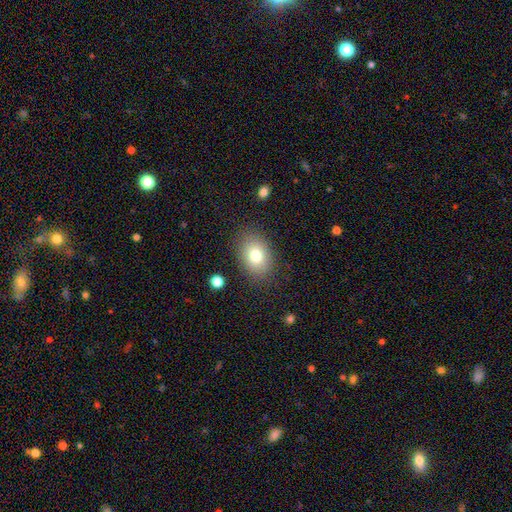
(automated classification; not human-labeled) Smooth or featured?
  - smooth: 78% *
  - featured or disk: 12%
  - star or artifact: 10%
How rounded?
  - in between: 74% *
  - round: 25%
  - cigar-shaped: 1%
Merging?
  - none: 84% *
  - minor disturbance: 11%
  - major disturbance: 4%
  - merger: 1%